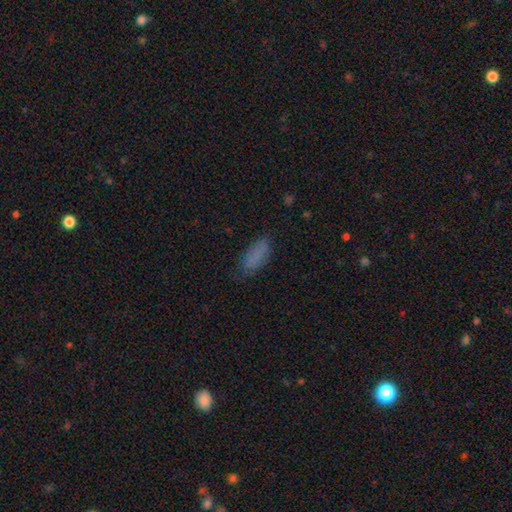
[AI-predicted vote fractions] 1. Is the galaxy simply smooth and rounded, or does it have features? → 80% smooth, 10% star or artifact, 10% featured or disk.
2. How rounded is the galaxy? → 78% in between, 19% cigar-shaped, 2% round.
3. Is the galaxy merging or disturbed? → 69% none, 22% minor disturbance, 7% major disturbance, 2% merger.